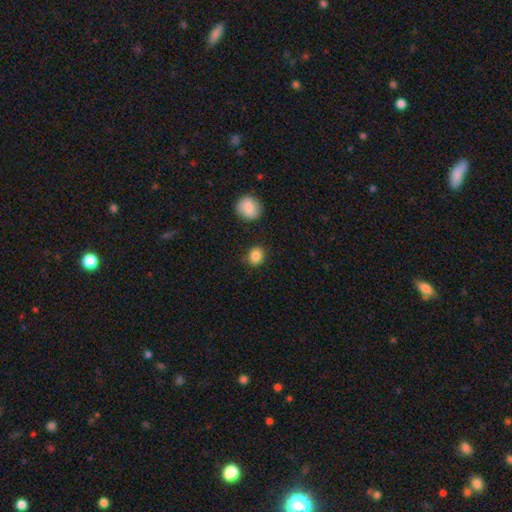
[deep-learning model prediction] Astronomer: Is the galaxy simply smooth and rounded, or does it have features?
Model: smooth — 85%.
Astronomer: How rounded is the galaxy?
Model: round — 72%.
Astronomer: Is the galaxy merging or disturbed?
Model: none — 84%.